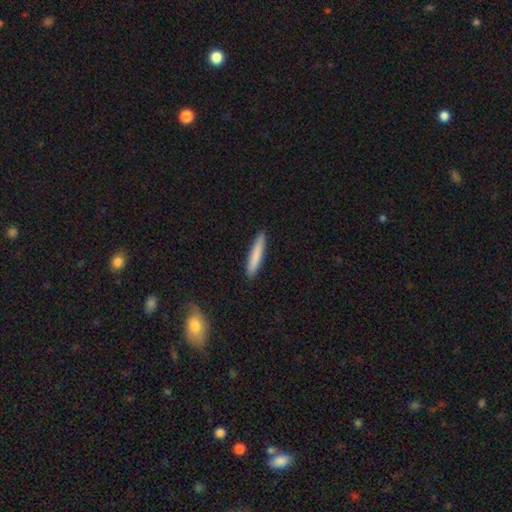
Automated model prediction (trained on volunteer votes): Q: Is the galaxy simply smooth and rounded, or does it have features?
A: smooth — 80%.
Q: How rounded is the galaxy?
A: cigar-shaped — 93%.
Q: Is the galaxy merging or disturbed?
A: none — 90%.